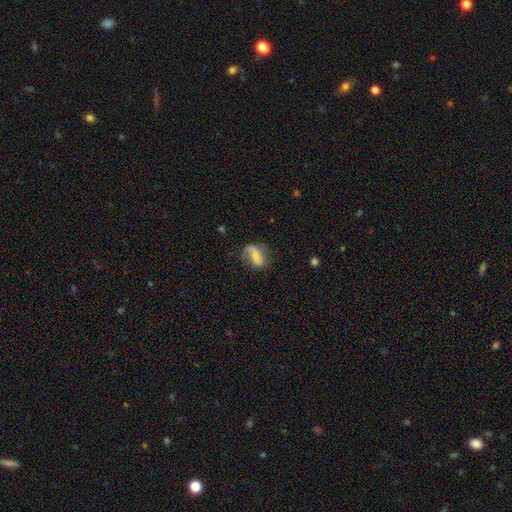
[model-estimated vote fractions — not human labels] Smooth or featured? featured or disk (52%)
Edge-on disk? no (93%)
Merging? none (54%)